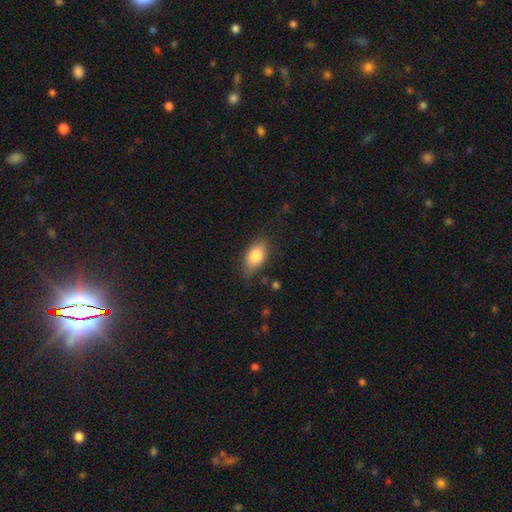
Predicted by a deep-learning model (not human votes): Smooth or featured? smooth (81%)
How rounded? in between (89%)
Merging? none (77%)